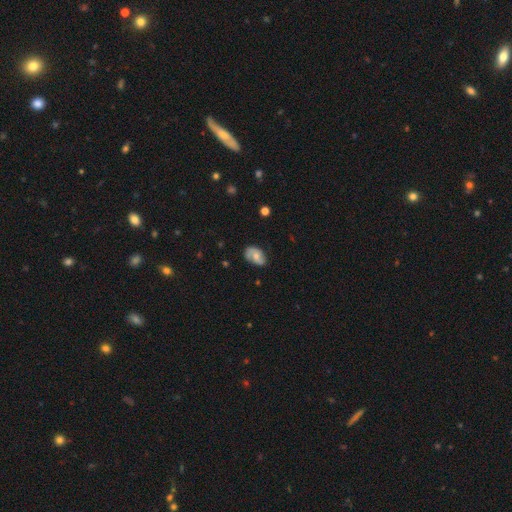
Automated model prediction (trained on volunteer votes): Q: Smooth or featured?
A: featured or disk (52%); runner-up: smooth (40%)
Q: Edge-on disk?
A: no (96%); runner-up: yes (4%)
Q: Bar?
A: no (66%); runner-up: weak (29%)
Q: Spiral arms?
A: yes (82%); runner-up: no (18%)
Q: Bulge size?
A: moderate (56%); runner-up: small (37%)
Q: Merging?
A: none (68%); runner-up: minor disturbance (24%)